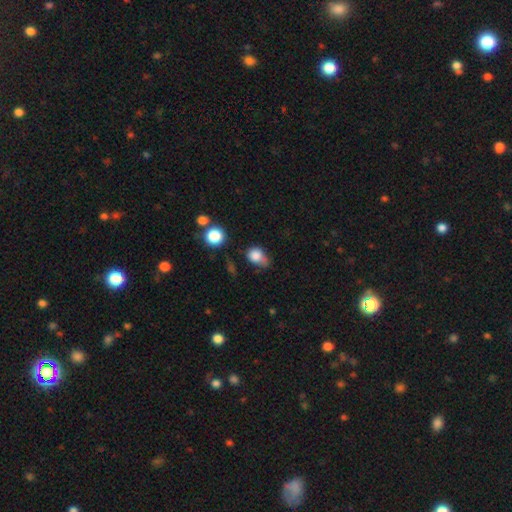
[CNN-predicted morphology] smooth 81%, star or artifact 10%, featured or disk 9%. Down the decision tree: how rounded — in between (55%); merging — minor disturbance (40%).